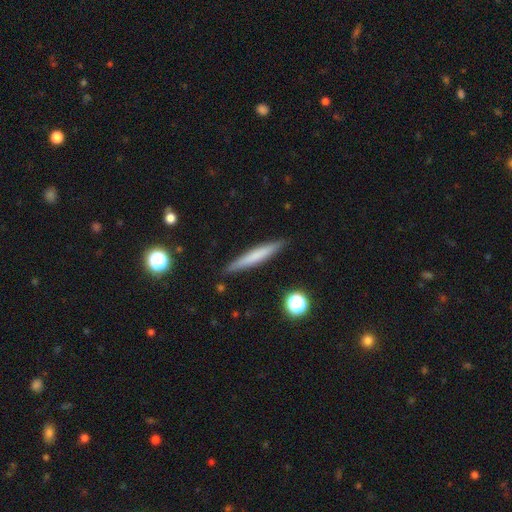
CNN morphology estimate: Q: Smooth or featured?
A: smooth (65%); runner-up: featured or disk (28%)
Q: How rounded?
A: cigar-shaped (94%); runner-up: in between (4%)
Q: Merging?
A: none (89%); runner-up: minor disturbance (7%)